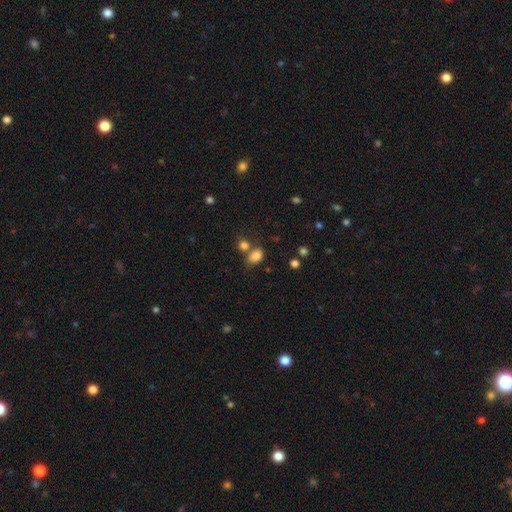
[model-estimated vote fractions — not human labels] A smooth galaxy with no disk features (82%) that is in between round and cigar-shaped (77%). Merging: none (54%).